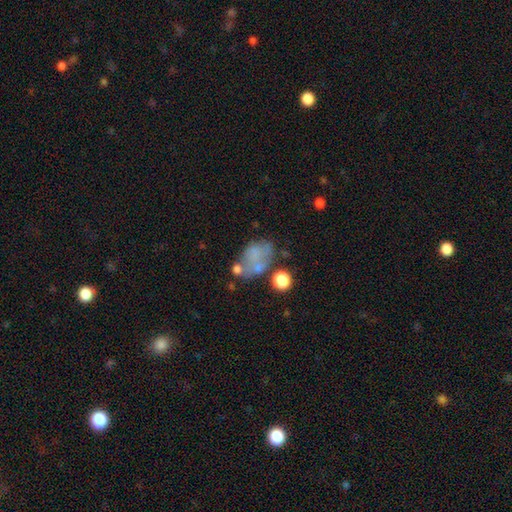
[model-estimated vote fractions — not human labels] This appears to be a smooth galaxy with no disk features (49%). Merging: none (37%).